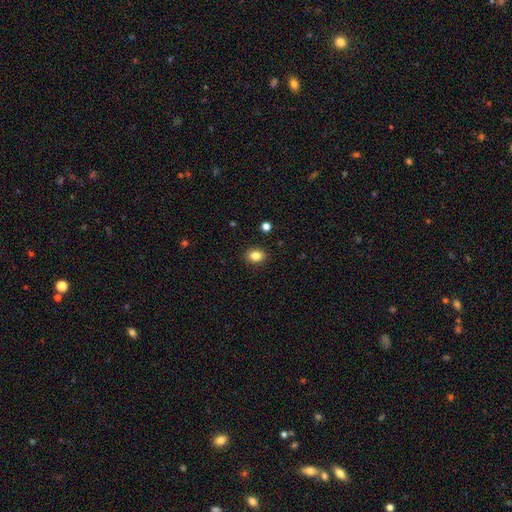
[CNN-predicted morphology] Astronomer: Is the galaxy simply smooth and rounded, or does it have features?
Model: smooth — 84%.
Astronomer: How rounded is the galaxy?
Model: in between — 59% (runner-up: round, 40%).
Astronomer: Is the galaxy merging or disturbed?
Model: none — 90%.